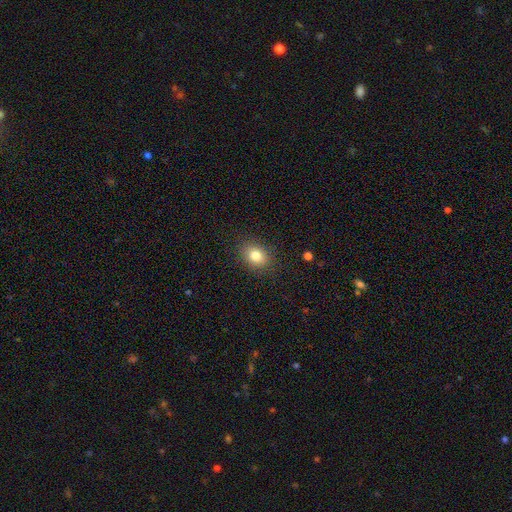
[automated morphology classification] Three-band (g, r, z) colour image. It shows a smooth galaxy with no disk features (81%) that is in between round and cigar-shaped (59%). Merging: none (87%).